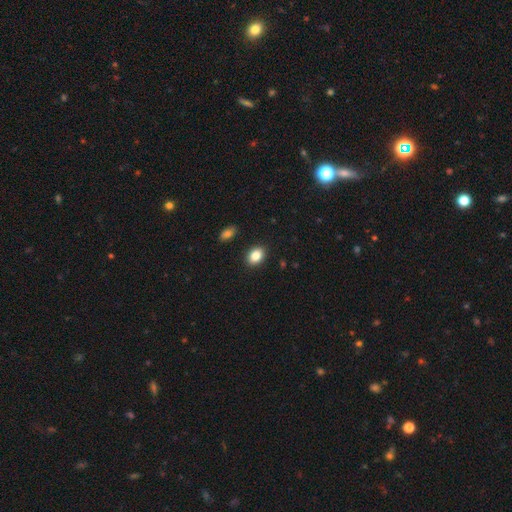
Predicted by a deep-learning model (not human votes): Smooth or featured: smooth — 85% (star or artifact — 9%)
How rounded: in between — 74% (round — 25%)
Merging: none — 89% (minor disturbance — 7%)